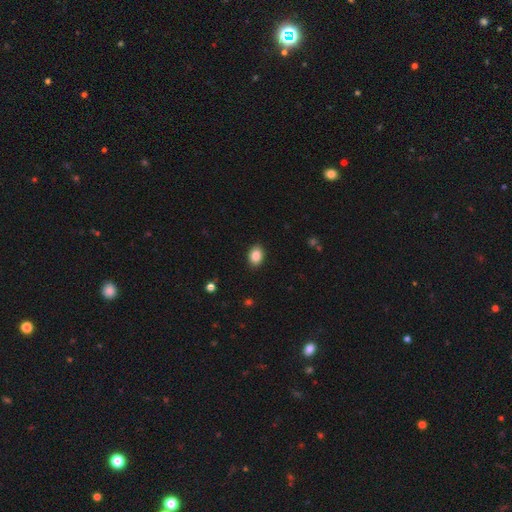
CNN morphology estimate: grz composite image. It shows a smooth galaxy with no disk features (87%) that is in between round and cigar-shaped (81%). Merging: none (89%).